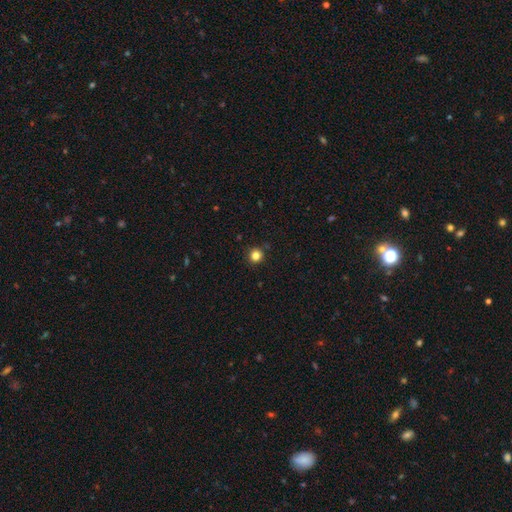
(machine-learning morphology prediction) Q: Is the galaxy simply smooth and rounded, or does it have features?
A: smooth — 82%.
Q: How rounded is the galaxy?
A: round — 93%.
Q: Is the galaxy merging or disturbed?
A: none — 90%.